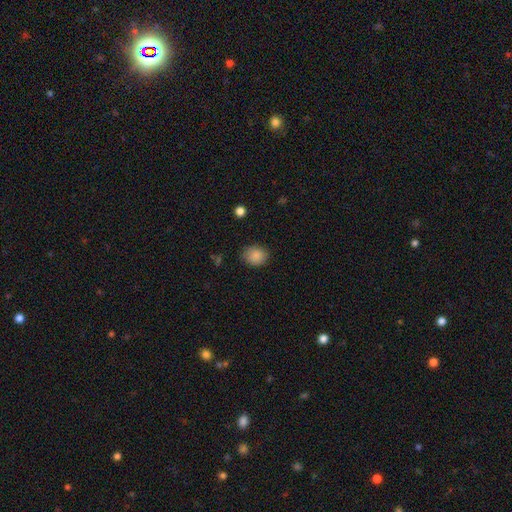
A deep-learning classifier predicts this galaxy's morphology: Smooth or featured?
  - smooth: 87% *
  - star or artifact: 9%
  - featured or disk: 5%
How rounded?
  - round: 55% *
  - in between: 44%
  - cigar-shaped: 1%
Merging?
  - none: 81% *
  - minor disturbance: 15%
  - major disturbance: 3%
  - merger: 1%